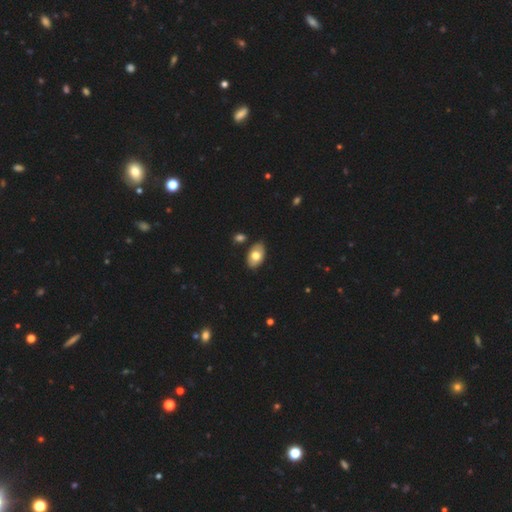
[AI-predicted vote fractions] A smooth galaxy with no disk features (71%) that is in between round and cigar-shaped (93%). Merging: none (82%).